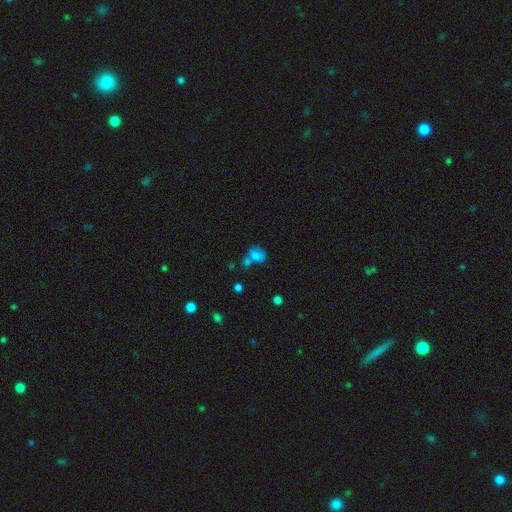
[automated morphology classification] Overall: smooth (75%). How rounded: in between (60%; round 38%). Merging: none (44%; merger 29%).